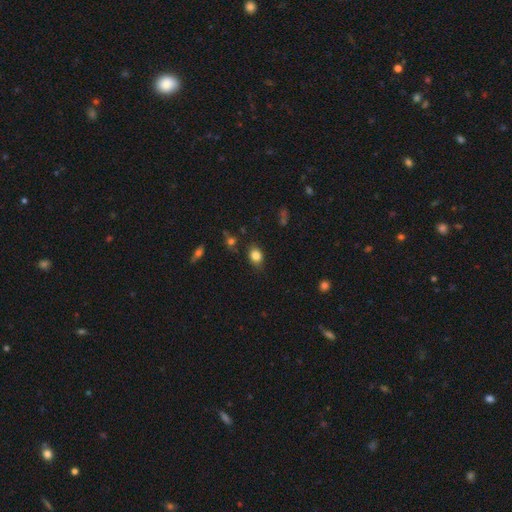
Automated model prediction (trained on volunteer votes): Overall: smooth (83%). How rounded: in between (61%; round 38%). Merging: none (79%).